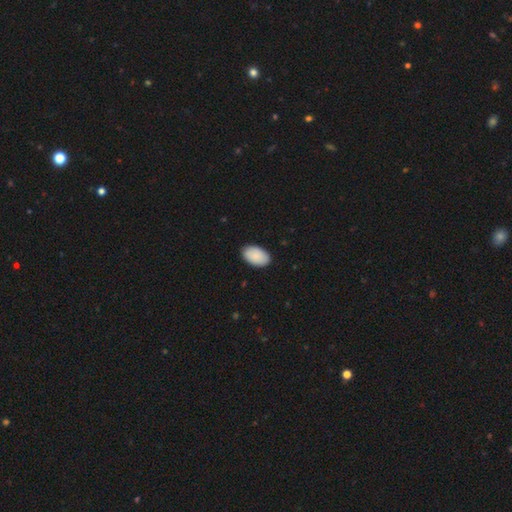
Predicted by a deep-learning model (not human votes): A smooth galaxy with no disk features (90%) that is in between round and cigar-shaped (95%).

Vote fractions:
- Smooth or featured? smooth: 90% / star or artifact: 5% / featured or disk: 4%
- How rounded? in between: 95% / round: 4% / cigar-shaped: 1%
- Merging? none: 89% / minor disturbance: 9% / major disturbance: 2% / merger: 1%